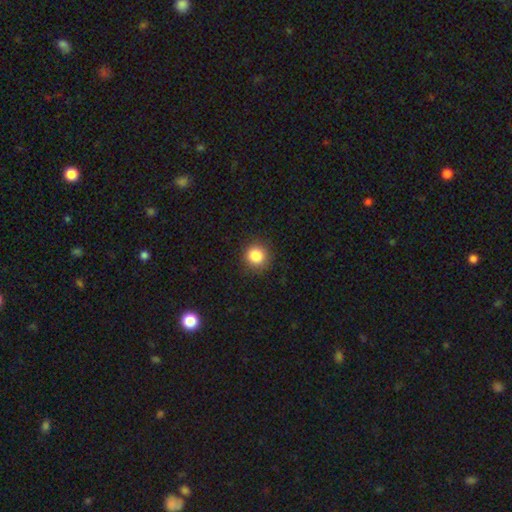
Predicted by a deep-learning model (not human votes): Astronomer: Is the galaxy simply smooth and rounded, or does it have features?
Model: smooth — 85%.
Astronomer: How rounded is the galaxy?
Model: round — 93%.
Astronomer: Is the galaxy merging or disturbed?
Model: none — 90%.